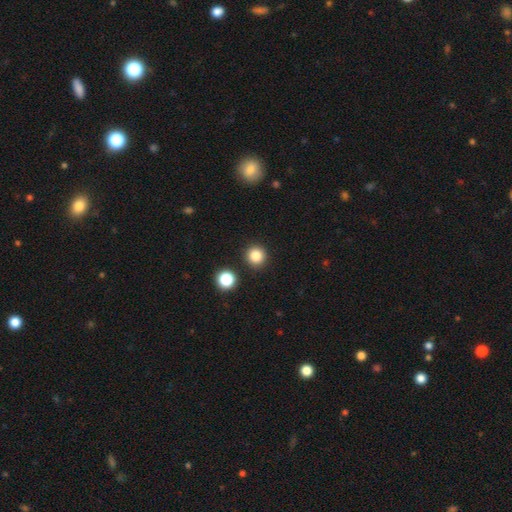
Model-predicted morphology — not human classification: Smooth or featured? Predicted: smooth (p=0.83). How rounded? Predicted: round (p=0.94). Merging? Predicted: none (p=0.90).